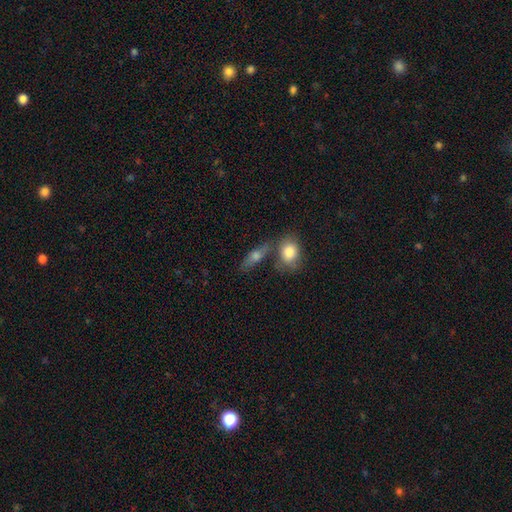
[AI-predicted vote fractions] Smooth or featured: smooth — 65% (featured or disk — 26%)
How rounded: in between — 53% (cigar-shaped — 34%)
Merging: none — 59% (merger — 23%)